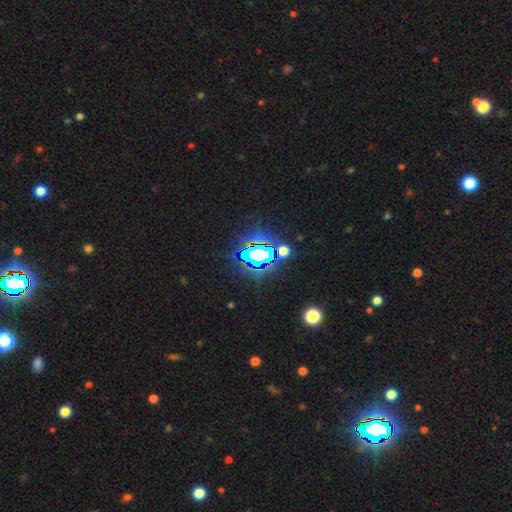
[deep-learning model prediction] A star or artifact, not a galaxy (67%).

Vote fractions:
- Smooth or featured? star or artifact: 67% / smooth: 19% / featured or disk: 15%